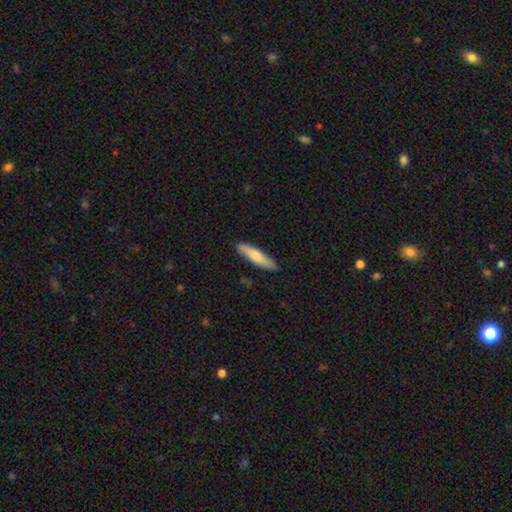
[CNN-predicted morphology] smooth_or_featured: smooth (p=0.72) [alt: featured or disk p=0.23]
how_rounded: cigar-shaped (p=0.82) [alt: in between p=0.17]
merging: none (p=0.87) [alt: minor disturbance p=0.10]